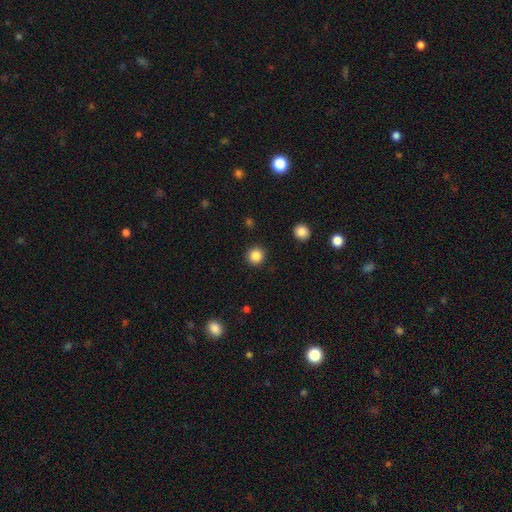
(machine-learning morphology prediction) This is clearly a smooth galaxy (85%). How rounded: clearly round (94%). Merging: clearly none (92%).